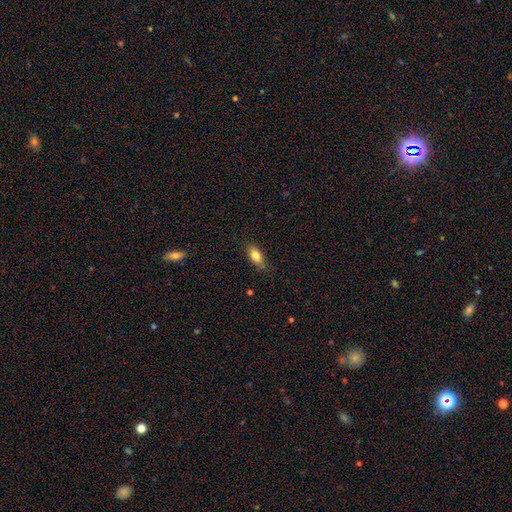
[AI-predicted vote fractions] A smooth galaxy with no disk features (81%) that is in between round and cigar-shaped (85%).

Vote fractions:
- Smooth or featured? smooth: 81% / featured or disk: 12% / star or artifact: 8%
- How rounded? in between: 85% / cigar-shaped: 9% / round: 6%
- Merging? none: 78% / minor disturbance: 17% / major disturbance: 4% / merger: 1%